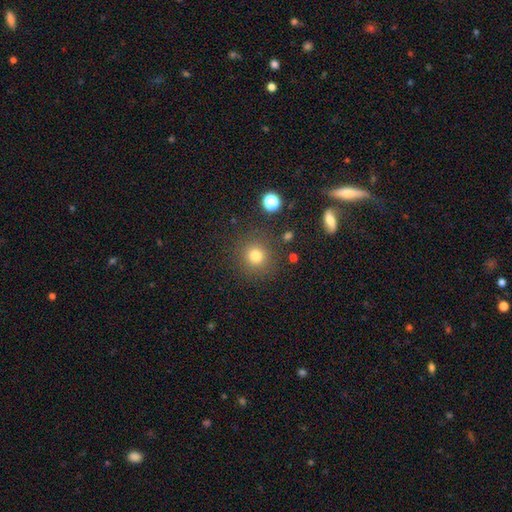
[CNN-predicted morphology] smooth_or_featured: smooth (p=0.78) [alt: star or artifact p=0.15]
how_rounded: round (p=0.90) [alt: in between p=0.09]
merging: none (p=0.85) [alt: minor disturbance p=0.08]